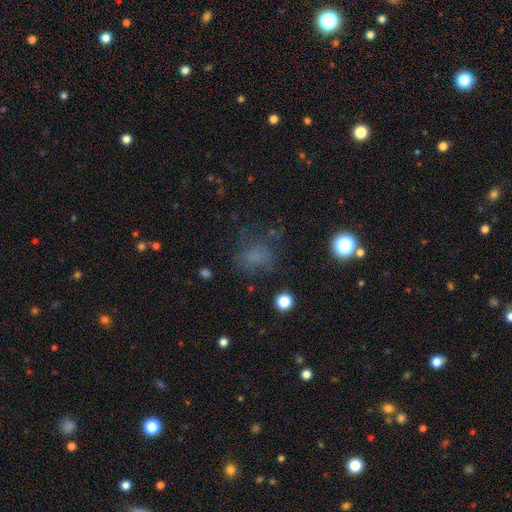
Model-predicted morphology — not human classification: smooth_or_featured: smooth (p=0.57) [alt: star or artifact p=0.24]
how_rounded: round (p=0.65) [alt: in between p=0.33]
merging: none (p=0.54) [alt: major disturbance p=0.21]